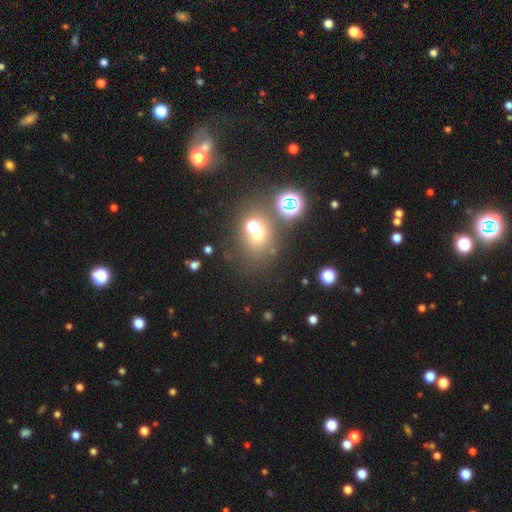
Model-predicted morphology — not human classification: Smooth or featured: smooth — 50% (star or artifact — 37%)
Merging: none — 67% (merger — 16%)